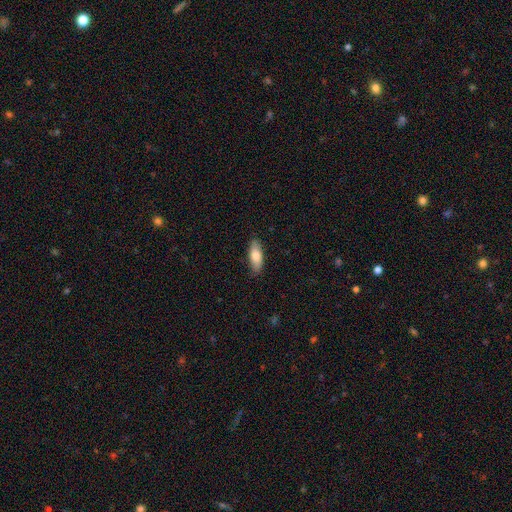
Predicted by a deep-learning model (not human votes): Smooth or featured? smooth (77%)
How rounded? in between (72%)
Merging? none (86%)